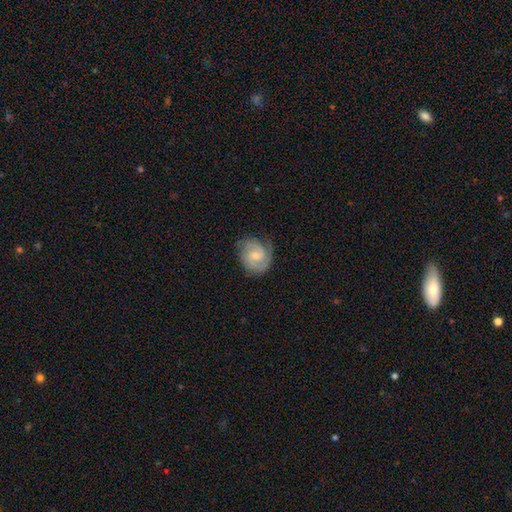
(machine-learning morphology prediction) A featured or disk galaxy (81%) with no bar (53%), 2 (66%) tight (56%) spiral arms (96%) and a small central bulge (56%).

Vote fractions:
- Smooth or featured? featured or disk: 81% / smooth: 14% / star or artifact: 5%
- Edge-on disk? no: 98% / yes: 2%
- Bar? no: 53% / weak: 41% / strong: 6%
- Spiral arms? yes: 96% / no: 4%
- Spiral winding? tight: 56% / medium: 36% / loose: 8%
- Spiral arm count? 2: 66% / can't tell: 12% / 3: 11% / 1: 6% / 4: 2% / more than 4: 2%
- Bulge size? small: 56% / moderate: 40% / none: 2% / large: 1% / dominant: 1%
- Merging? none: 72% / minor disturbance: 20% / major disturbance: 7% / merger: 1%